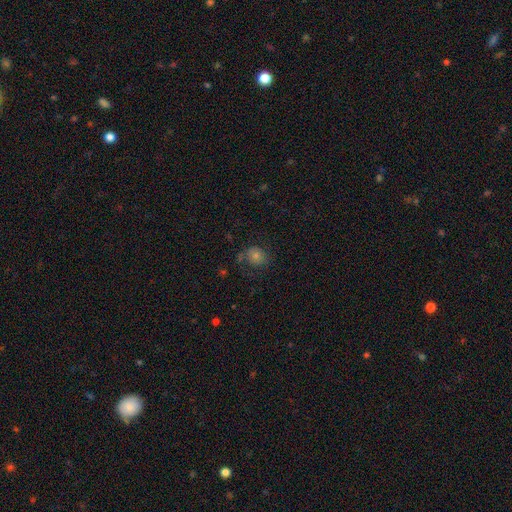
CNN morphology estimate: This is possibly a smooth galaxy (55%). How rounded: likely round (65%). Merging: likely none (62%).